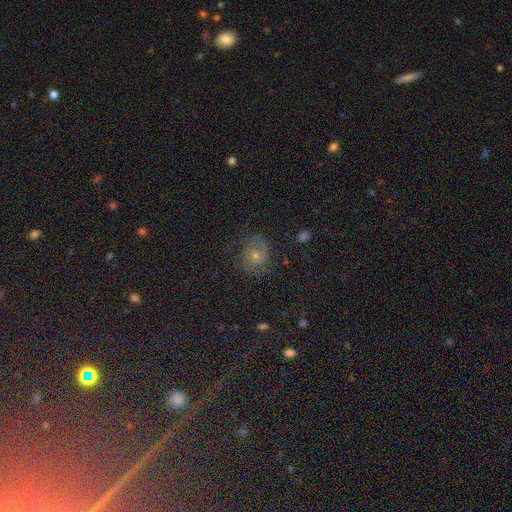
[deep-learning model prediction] featured or disk 53%, star or artifact 24%, smooth 23%. Down the decision tree: edge-on disk — no (97%); bar — no (73%); spiral arms — yes (85%); bulge size — moderate (53%); merging — none (72%).